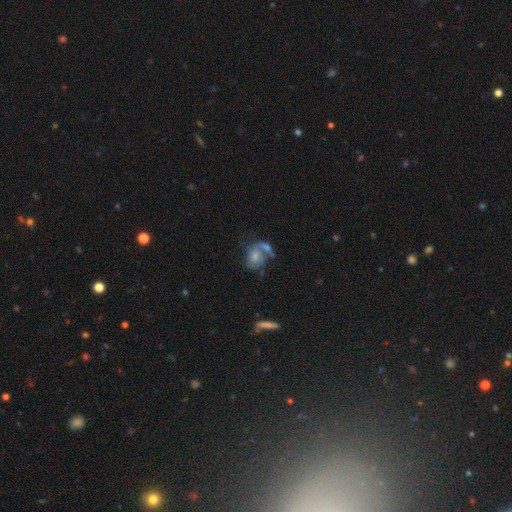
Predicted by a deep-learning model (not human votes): A featured or disk galaxy (53%) with no bar (75%), spiral arms (72%) and a moderate central bulge (45%). Merging: merger (33%).